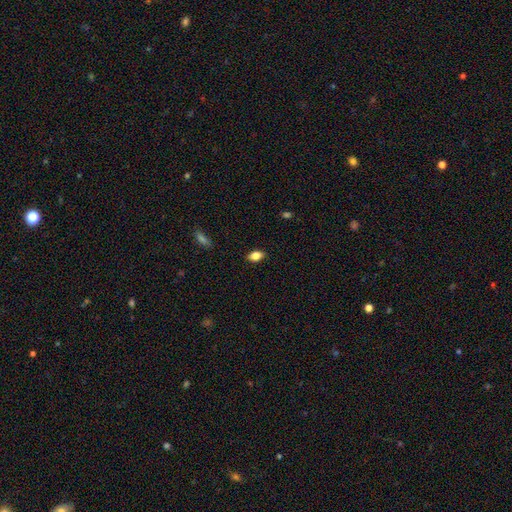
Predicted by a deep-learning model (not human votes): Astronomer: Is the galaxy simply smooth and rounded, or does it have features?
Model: smooth — 83%.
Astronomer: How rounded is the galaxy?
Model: in between — 87%.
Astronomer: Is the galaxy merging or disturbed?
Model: none — 87%.